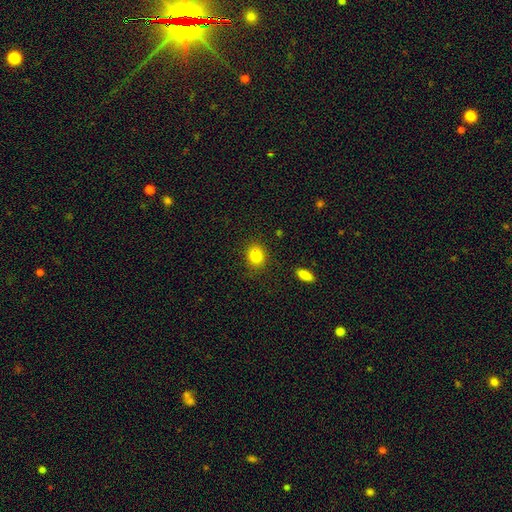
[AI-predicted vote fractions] This is clearly a smooth galaxy (83%). How rounded: likely round (69%). Merging: clearly none (86%).